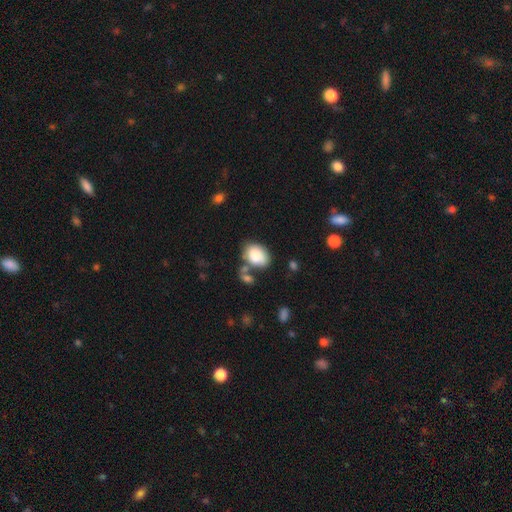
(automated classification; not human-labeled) The model was most divided on "merging": none: 52%, minor disturbance: 21%, merger: 18%, major disturbance: 8%. More confident: smooth or featured — smooth (82%); how rounded — in between (76%).